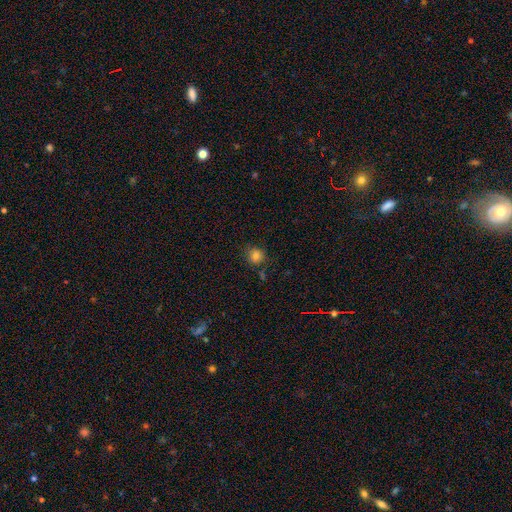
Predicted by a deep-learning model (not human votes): smooth-or-featured: smooth: 82% | star or artifact: 13% | featured or disk: 5%
  how-rounded: round: 86% | in between: 13% | cigar-shaped: 1%
  merging: none: 79% | minor disturbance: 13% | merger: 4% | major disturbance: 3%